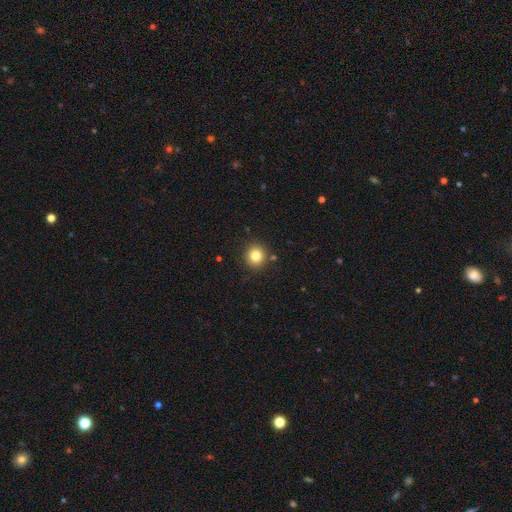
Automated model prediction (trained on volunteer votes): Smooth or featured? Predicted: smooth (p=0.81). How rounded? Predicted: round (p=0.90). Merging? Predicted: none (p=0.88).